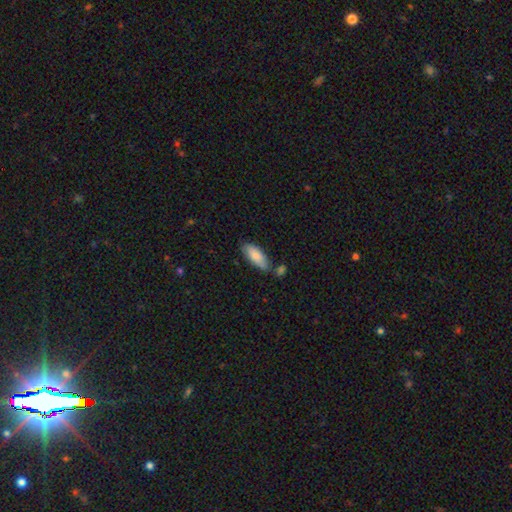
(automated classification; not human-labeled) The model was most divided on "merging": none: 67%, minor disturbance: 19%, merger: 10%, major disturbance: 4%. More confident: smooth or featured — smooth (83%); how rounded — in between (77%).